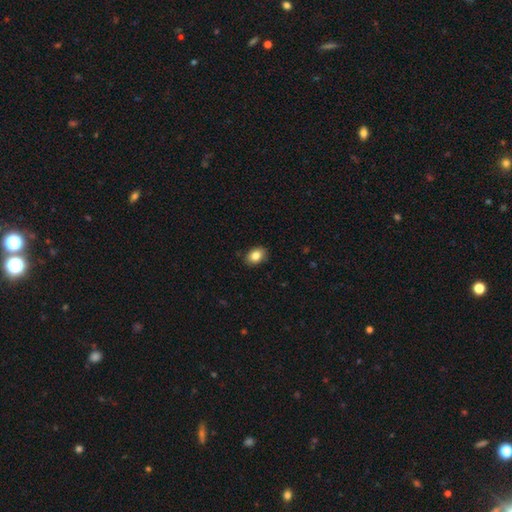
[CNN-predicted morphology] smooth-or-featured: smooth: 85% | star or artifact: 8% | featured or disk: 7%
  how-rounded: in between: 75% | round: 24% | cigar-shaped: 1%
  merging: none: 87% | minor disturbance: 10% | major disturbance: 2% | merger: 1%